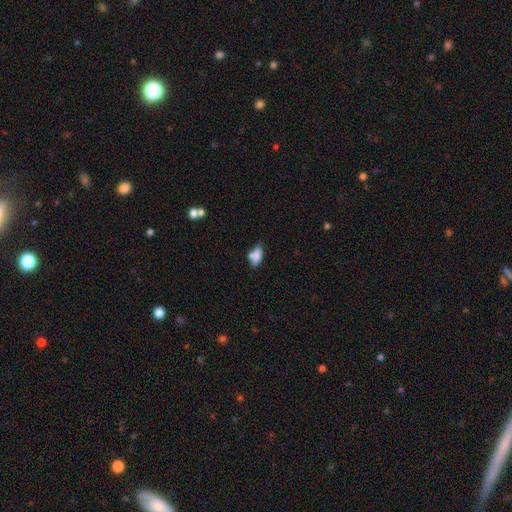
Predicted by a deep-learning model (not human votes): This is likely a smooth galaxy (74%). How rounded: clearly in between (82%). Merging: possibly none (48%).